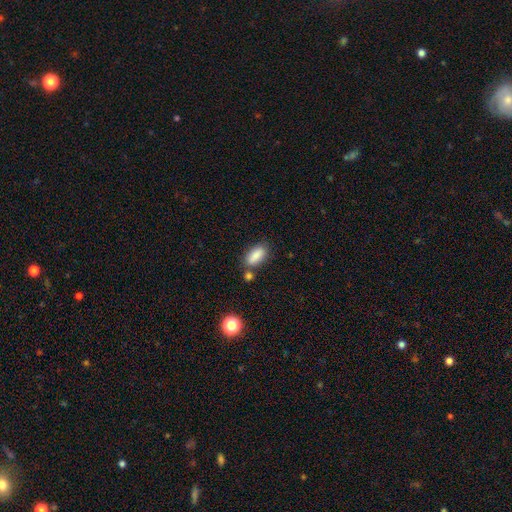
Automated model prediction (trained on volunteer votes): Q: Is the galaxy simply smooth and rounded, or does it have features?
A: smooth — 86%.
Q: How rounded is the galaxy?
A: in between — 86%.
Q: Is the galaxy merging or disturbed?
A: none — 70%.